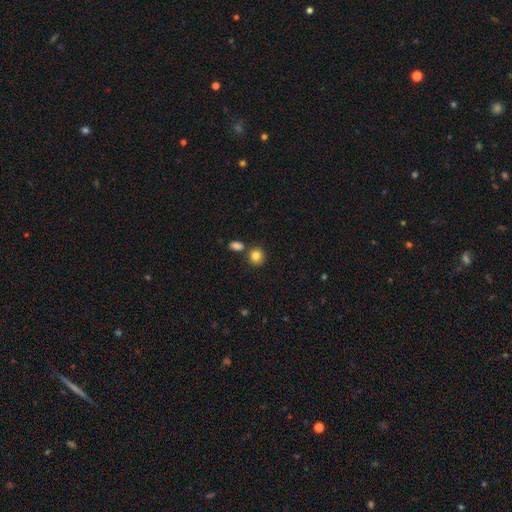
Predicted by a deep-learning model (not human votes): Smooth or featured? Predicted: smooth (p=0.84). How rounded? Predicted: round (p=0.83). Merging? Predicted: none (p=0.73).